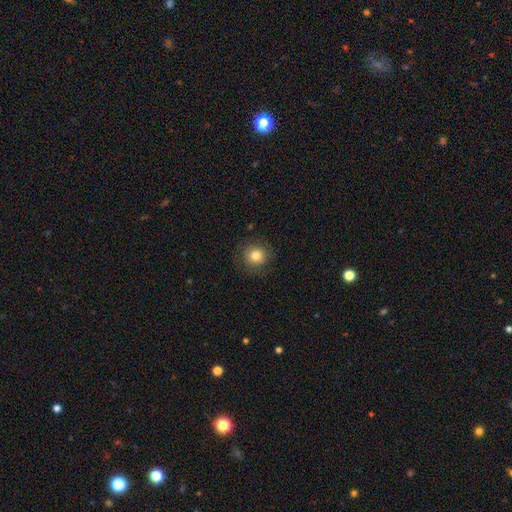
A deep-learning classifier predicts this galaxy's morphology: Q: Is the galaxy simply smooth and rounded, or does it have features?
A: smooth — 80%.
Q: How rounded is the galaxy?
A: round — 92%.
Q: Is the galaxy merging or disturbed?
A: none — 86%.